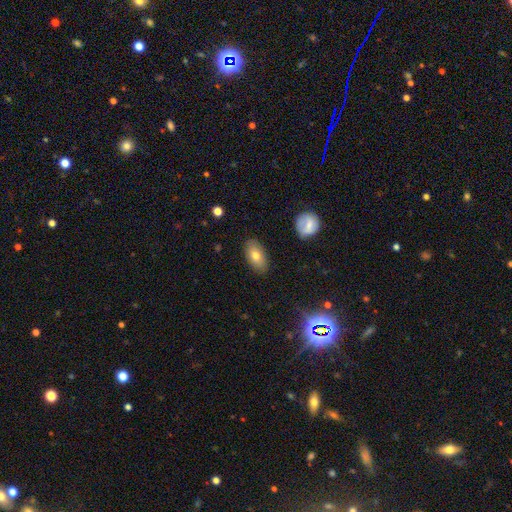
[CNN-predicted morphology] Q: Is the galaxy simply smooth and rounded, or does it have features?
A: smooth — 72%.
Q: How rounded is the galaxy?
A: in between — 91%.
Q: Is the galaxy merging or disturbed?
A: none — 85%.